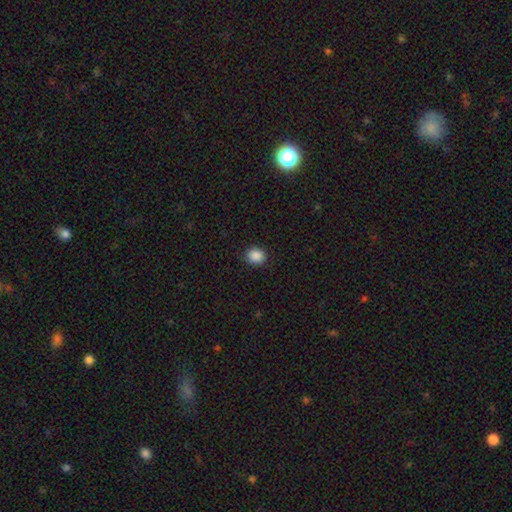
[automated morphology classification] Smooth or featured: smooth — 88% (star or artifact — 9%)
How rounded: round — 72% (in between — 27%)
Merging: none — 89% (minor disturbance — 7%)